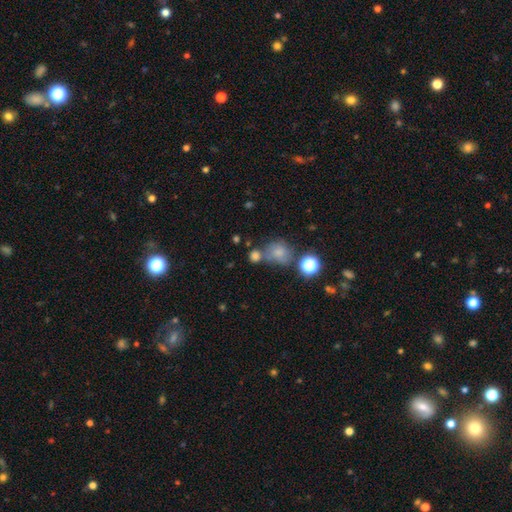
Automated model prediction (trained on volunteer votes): A smooth galaxy with no disk features (73%) that is round (73%). Merging: none (50%).